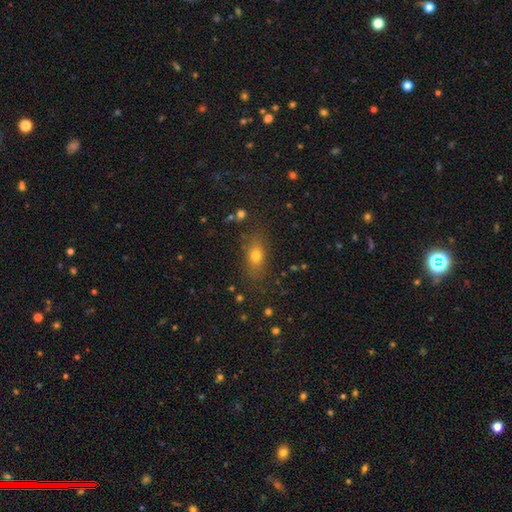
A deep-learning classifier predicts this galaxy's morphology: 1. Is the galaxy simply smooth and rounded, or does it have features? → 72% smooth, 15% star or artifact, 13% featured or disk.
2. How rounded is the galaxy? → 71% in between, 20% round, 9% cigar-shaped.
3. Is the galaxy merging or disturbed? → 80% none, 13% minor disturbance, 5% major disturbance, 2% merger.